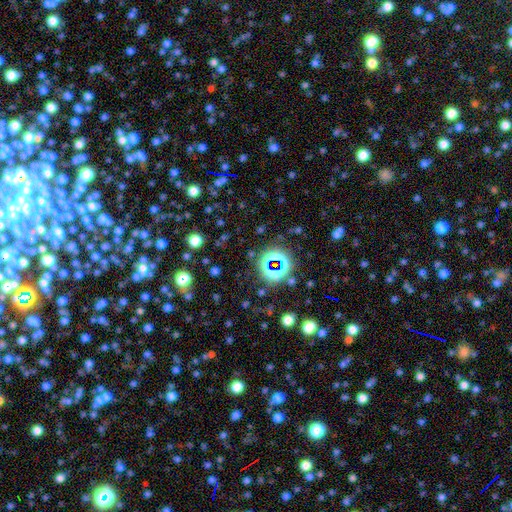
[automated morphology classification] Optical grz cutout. It shows a star or artifact, not a galaxy (69%).